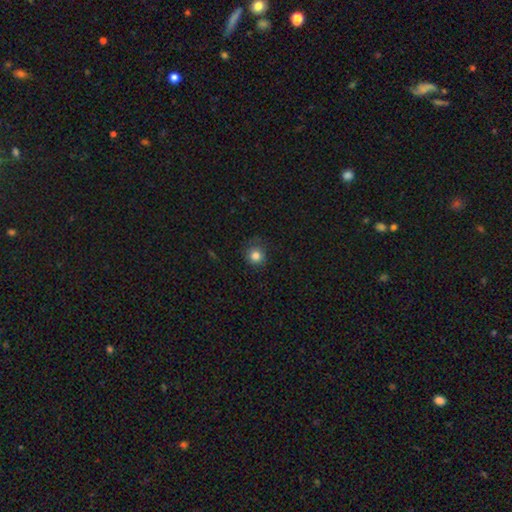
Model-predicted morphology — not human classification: This is clearly a smooth galaxy (83%). How rounded: clearly round (91%). Merging: likely none (78%).